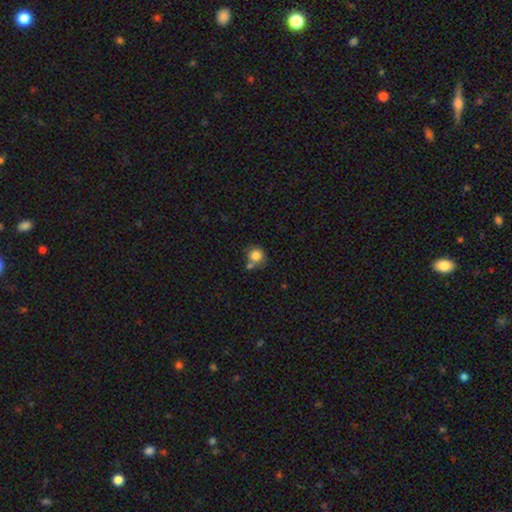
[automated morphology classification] The model was most divided on "merging": none: 54%, merger: 26%, minor disturbance: 15%, major disturbance: 5%. More confident: how rounded — round (84%); smooth or featured — smooth (82%).